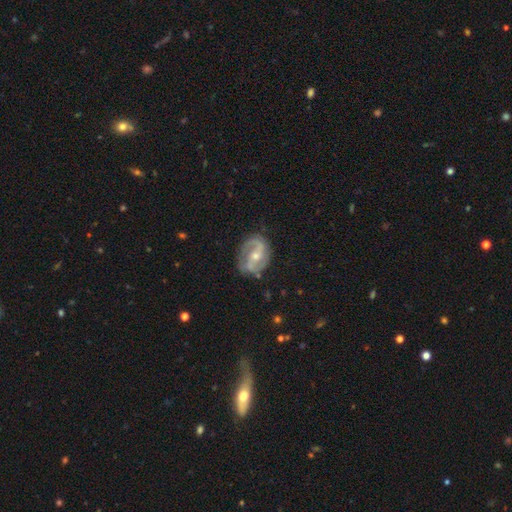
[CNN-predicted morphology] type=featured or disk (83%); edge-on=no (97%); bar=weak (44%); spiral arms=yes (92%); winding=medium (48%); arm count=2 (85%); bulge=moderate (52%); merging=none (73%).